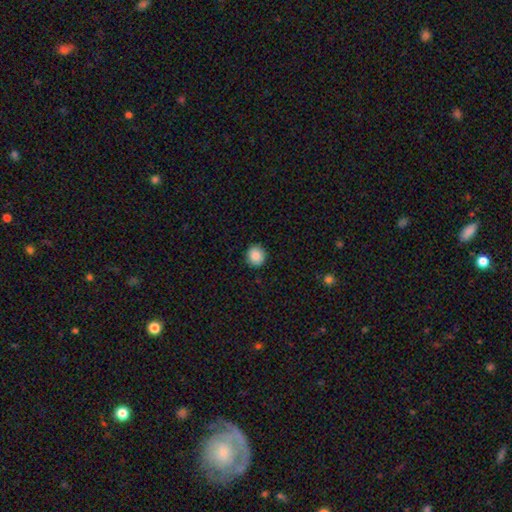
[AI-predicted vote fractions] smooth-or-featured: smooth: 87% | star or artifact: 9% | featured or disk: 4%
  how-rounded: round: 90% | in between: 9% | cigar-shaped: 1%
  merging: none: 91% | minor disturbance: 6% | major disturbance: 2% | merger: 1%